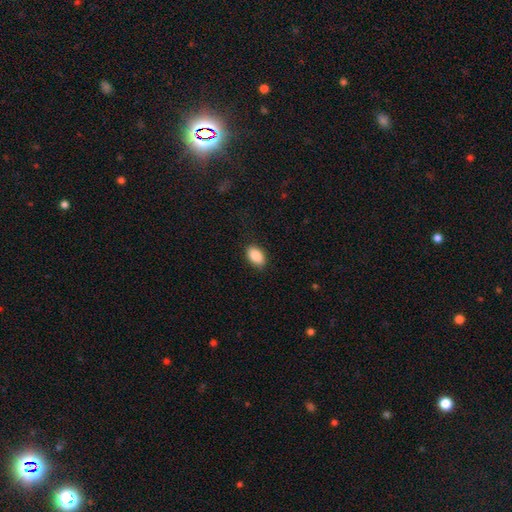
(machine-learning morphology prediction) A smooth galaxy with no disk features (89%) that is in between round and cigar-shaped (91%).

Vote fractions:
- Smooth or featured? smooth: 89% / star or artifact: 7% / featured or disk: 4%
- How rounded? in between: 91% / round: 8% / cigar-shaped: 1%
- Merging? none: 87% / minor disturbance: 10% / major disturbance: 2% / merger: 1%